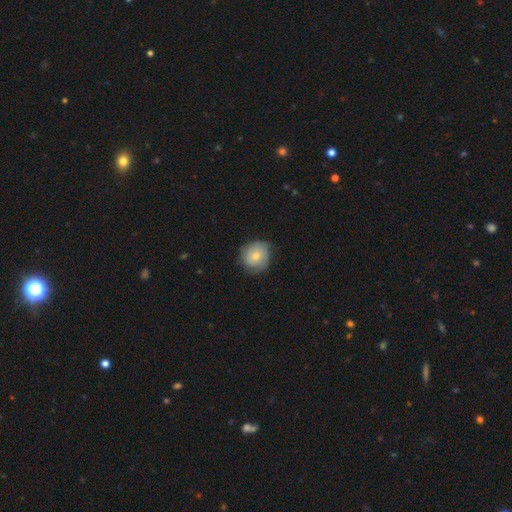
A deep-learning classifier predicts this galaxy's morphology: smooth 64%, featured or disk 30%, star or artifact 7%. Down the decision tree: how rounded — round (86%); merging — none (70%).